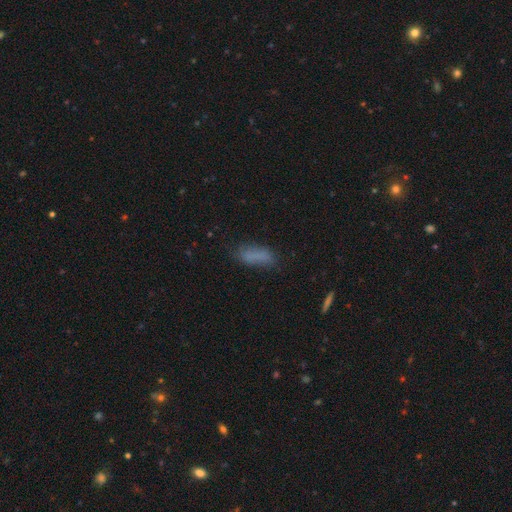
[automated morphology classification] Smooth or featured? smooth (78%)
How rounded? in between (63%)
Merging? none (65%)